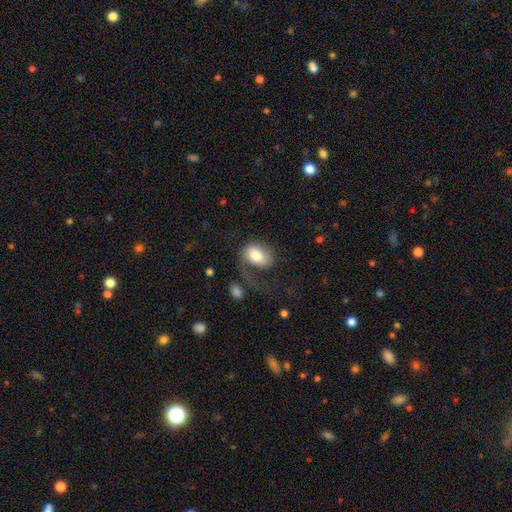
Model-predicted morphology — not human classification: smooth_or_featured: smooth (p=0.64) [alt: featured or disk p=0.29]
how_rounded: in between (p=0.84) [alt: round p=0.15]
merging: major disturbance (p=0.42) [alt: none p=0.34]